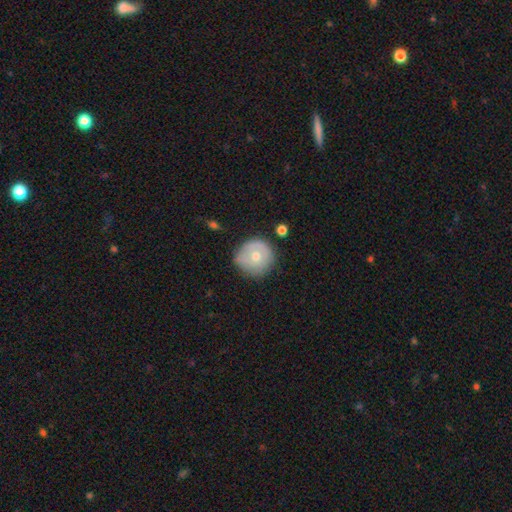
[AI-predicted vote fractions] Smooth or featured? Predicted: smooth (p=0.61). How rounded? Predicted: round (p=0.92). Merging? Predicted: none (p=0.69).